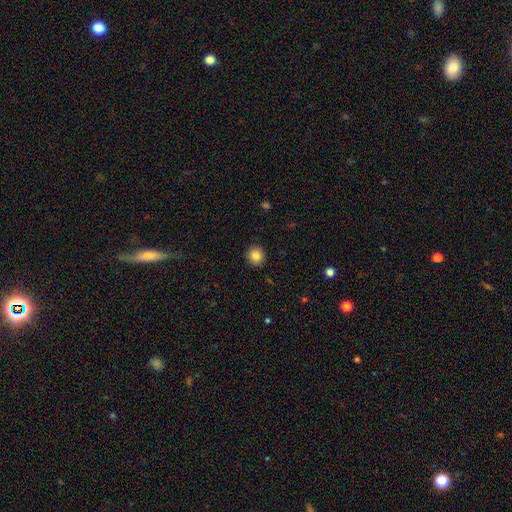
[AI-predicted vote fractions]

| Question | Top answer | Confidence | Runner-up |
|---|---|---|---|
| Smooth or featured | smooth | 85% | star or artifact (10%) |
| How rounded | round | 89% | in between (10%) |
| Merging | none | 90% | minor disturbance (7%) |